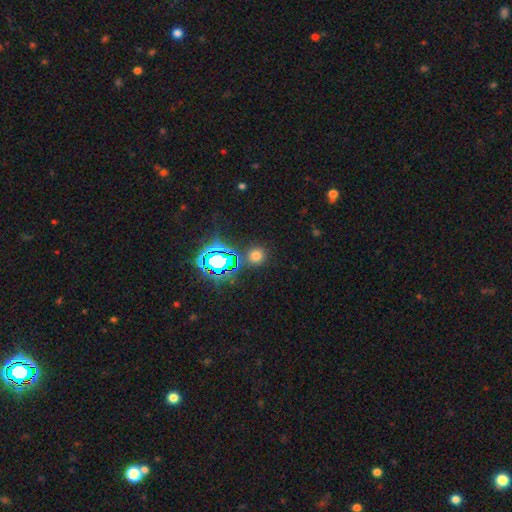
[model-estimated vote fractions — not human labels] Morphology: type=smooth (61%); roundness=round (88%); merging=none (84%).